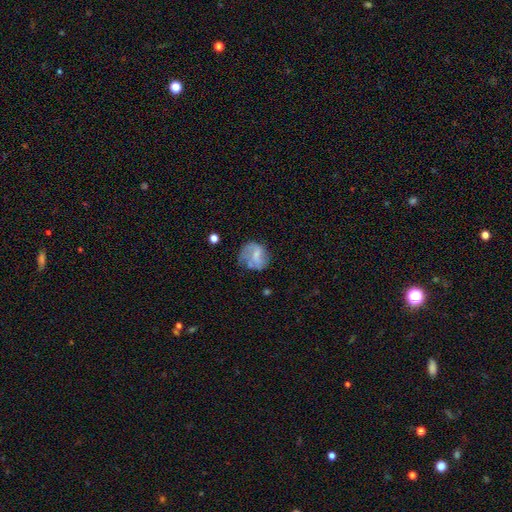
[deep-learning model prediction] Smooth or featured: featured or disk — 48% (smooth — 43%)
Merging: none — 44% (minor disturbance — 28%)